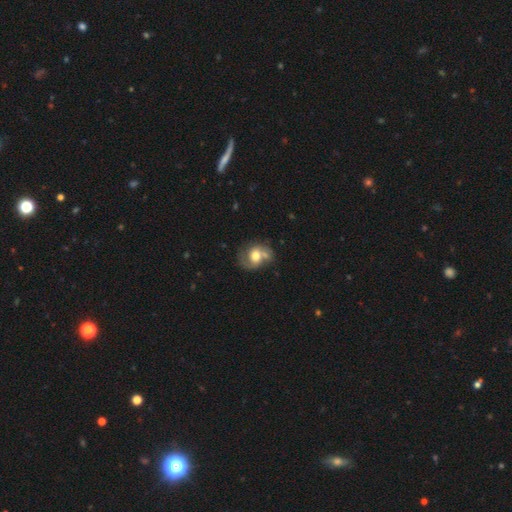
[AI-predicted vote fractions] Smooth or featured?
  - featured or disk: 54% *
  - smooth: 38%
  - star or artifact: 8%
Edge-on disk?
  - no: 97% *
  - yes: 3%
Bar?
  - no: 67% *
  - weak: 27%
  - strong: 6%
Spiral arms?
  - yes: 74% *
  - no: 26%
Bulge size?
  - moderate: 58% *
  - large: 29%
  - small: 8%
  - dominant: 3%
  - none: 2%
Merging?
  - none: 42% *
  - merger: 25%
  - minor disturbance: 20%
  - major disturbance: 13%